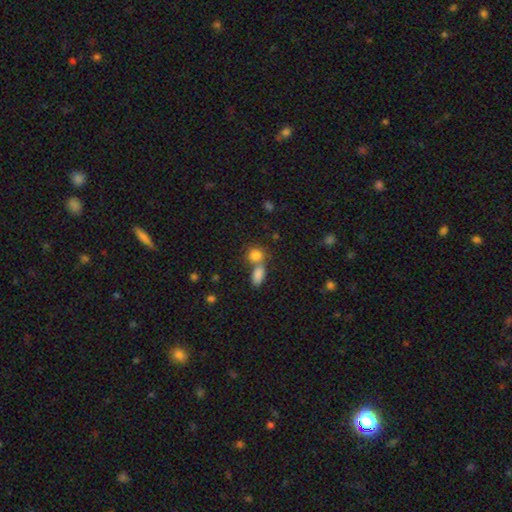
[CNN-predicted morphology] Smooth or featured: smooth — 83% (star or artifact — 10%)
How rounded: round — 58% (in between — 40%)
Merging: merger — 44% (none — 43%)